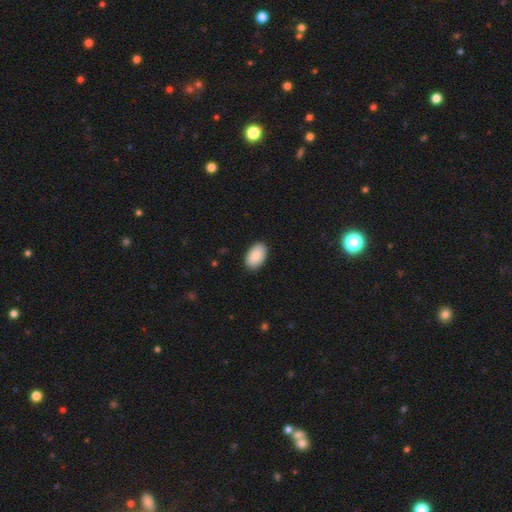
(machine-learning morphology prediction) smooth 86%, featured or disk 8%, star or artifact 6%. Down the decision tree: how rounded — in between (94%); merging — none (89%).